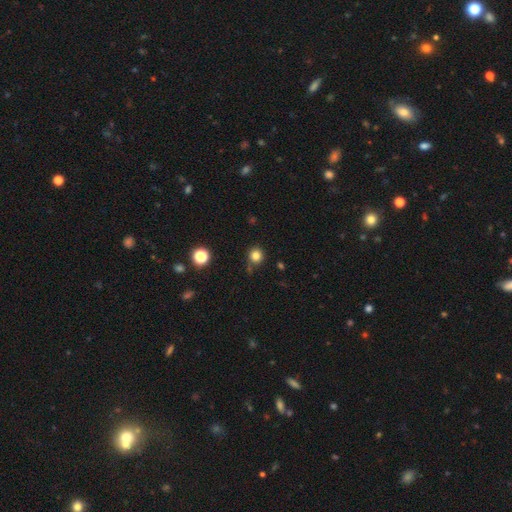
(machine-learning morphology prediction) This is clearly a smooth galaxy (81%). How rounded: clearly round (92%). Merging: clearly none (80%).